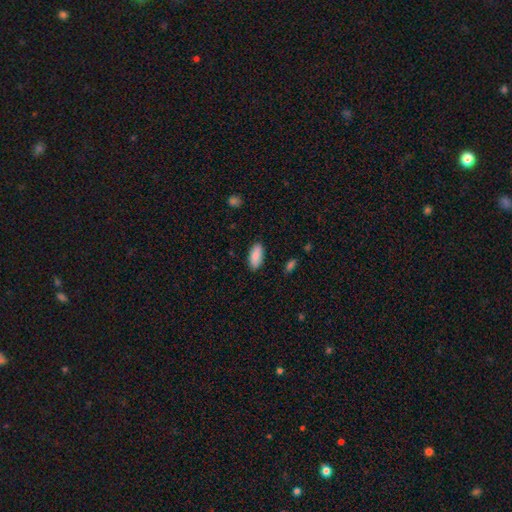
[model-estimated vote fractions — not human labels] A smooth galaxy with no disk features (88%) that is in between round and cigar-shaped (89%).

Vote fractions:
- Smooth or featured? smooth: 88% / featured or disk: 6% / star or artifact: 6%
- How rounded? in between: 89% / cigar-shaped: 9% / round: 2%
- Merging? none: 87% / minor disturbance: 10% / major disturbance: 2% / merger: 1%